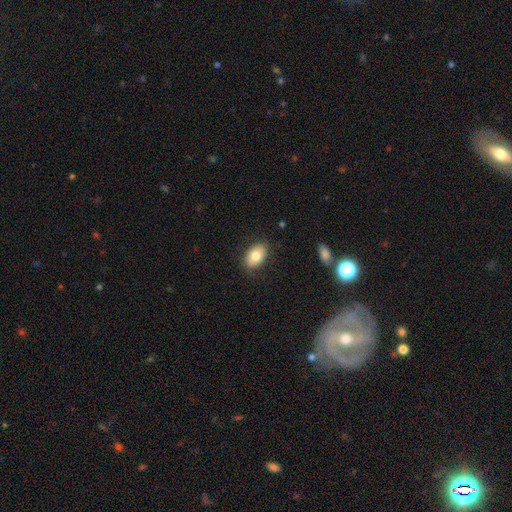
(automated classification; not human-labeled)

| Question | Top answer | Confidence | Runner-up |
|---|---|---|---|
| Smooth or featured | smooth | 79% | featured or disk (14%) |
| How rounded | in between | 87% | round (11%) |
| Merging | none | 84% | minor disturbance (12%) |